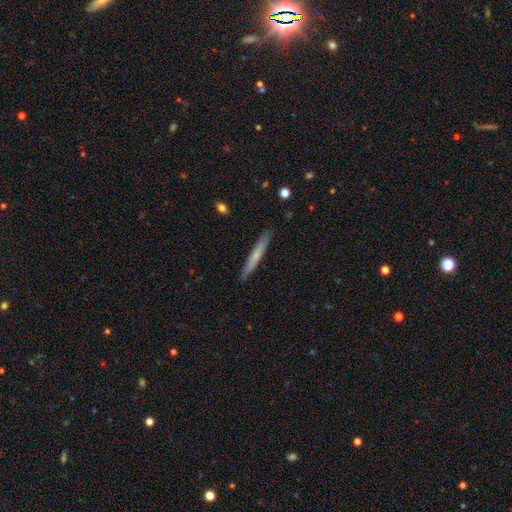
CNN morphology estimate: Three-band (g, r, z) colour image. It shows a smooth galaxy with no disk features (61%) that is cigar-shaped (96%). Merging: none (90%).